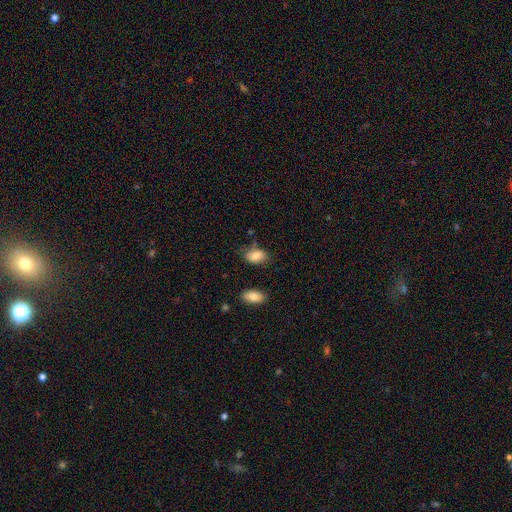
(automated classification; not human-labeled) This appears to be a smooth galaxy with no disk features (85%) that is in between round and cigar-shaped (88%). Merging: none (68%).